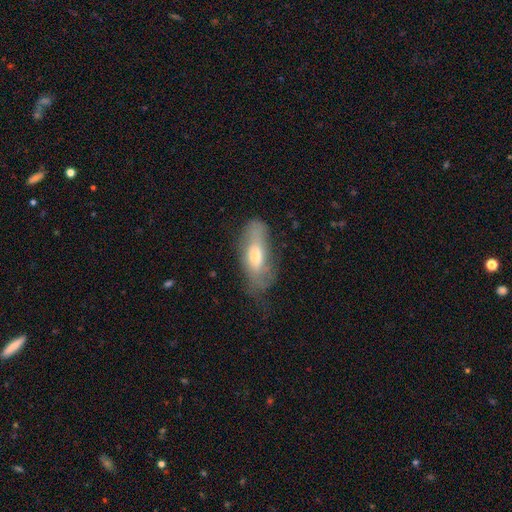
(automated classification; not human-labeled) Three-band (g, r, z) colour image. It shows a smooth galaxy with no disk features (54%) that is in between round and cigar-shaped (68%). Merging: none (46%).